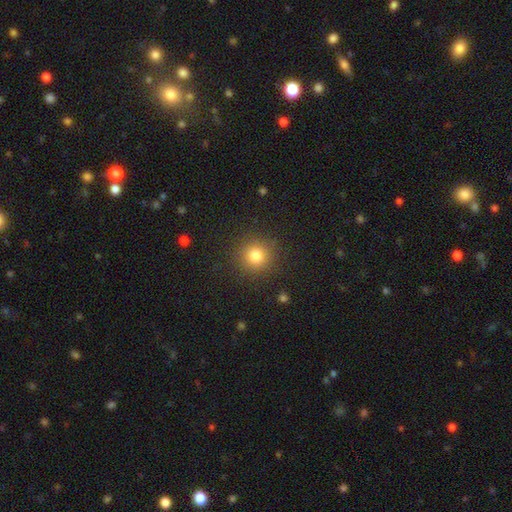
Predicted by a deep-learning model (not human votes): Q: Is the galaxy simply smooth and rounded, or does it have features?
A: smooth — 80%.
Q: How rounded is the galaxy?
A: round — 93%.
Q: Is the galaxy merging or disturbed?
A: none — 89%.